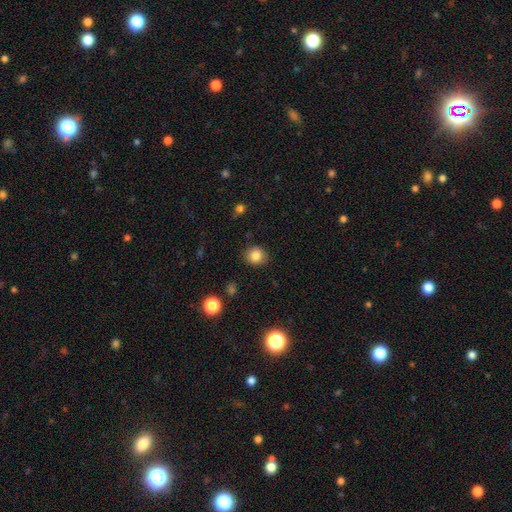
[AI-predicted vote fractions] Overall: smooth (83%). How rounded: round (78%). Merging: none (87%).